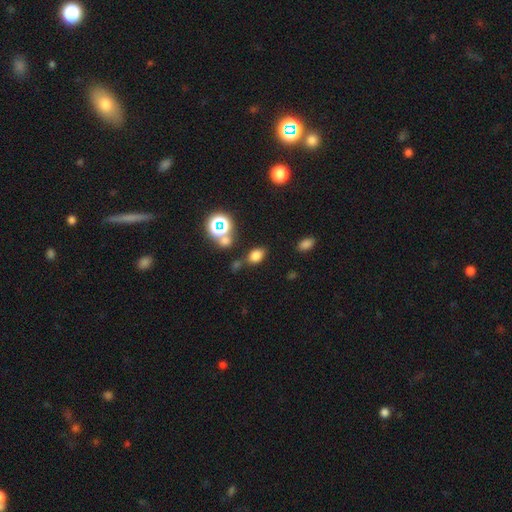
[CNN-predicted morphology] smooth-or-featured: smooth: 75% | star or artifact: 18% | featured or disk: 7%
  how-rounded: in between: 79% | round: 19% | cigar-shaped: 2%
  merging: none: 73% | minor disturbance: 13% | merger: 9% | major disturbance: 5%